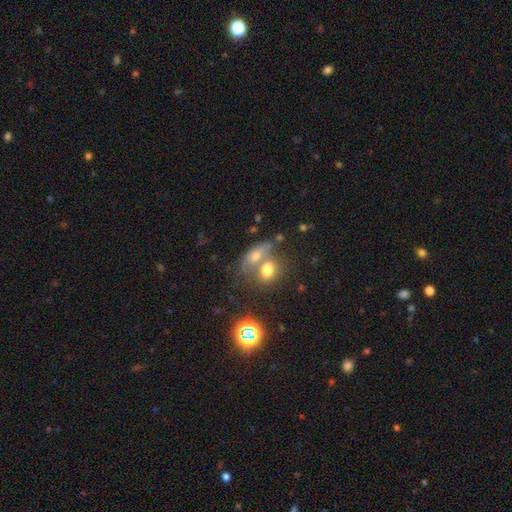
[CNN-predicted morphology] type=smooth (64%); roundness=in between (73%); merging=merger (54%).